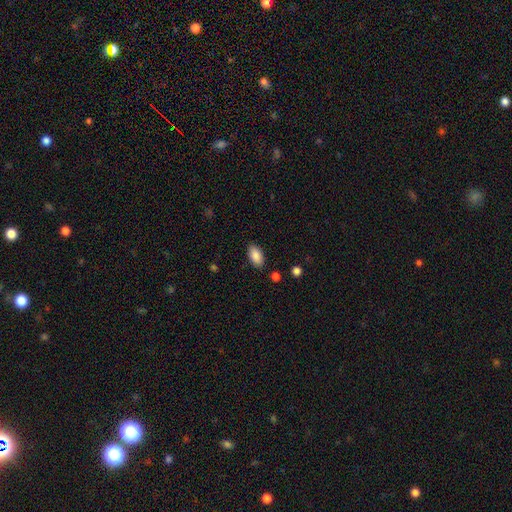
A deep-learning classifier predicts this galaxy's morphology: smooth-or-featured: smooth: 88% | star or artifact: 7% | featured or disk: 5%
  how-rounded: in between: 94% | round: 3% | cigar-shaped: 3%
  merging: none: 87% | minor disturbance: 9% | major disturbance: 2% | merger: 2%